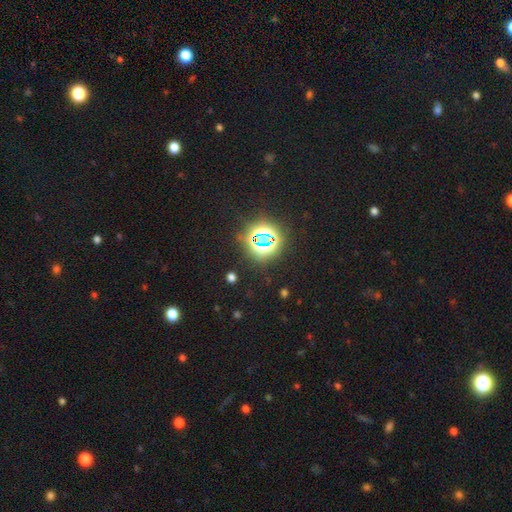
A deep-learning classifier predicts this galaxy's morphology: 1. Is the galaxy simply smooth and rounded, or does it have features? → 67% star or artifact, 29% smooth, 5% featured or disk.